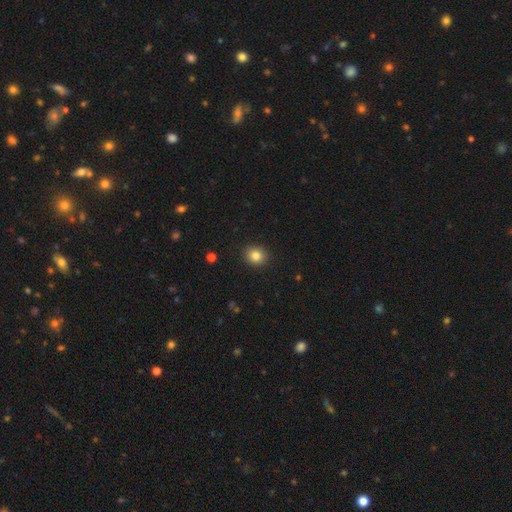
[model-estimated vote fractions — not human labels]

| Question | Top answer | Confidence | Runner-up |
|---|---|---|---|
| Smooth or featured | smooth | 83% | star or artifact (11%) |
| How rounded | round | 76% | in between (23%) |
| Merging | none | 91% | minor disturbance (6%) |